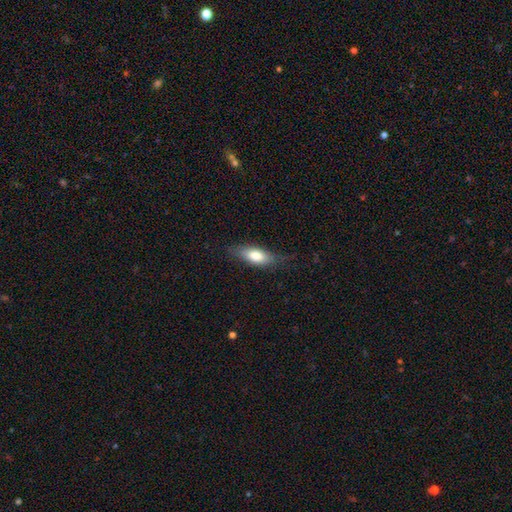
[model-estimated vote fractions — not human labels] Overall: smooth (75%). How rounded: in between (70%). Merging: none (75%).